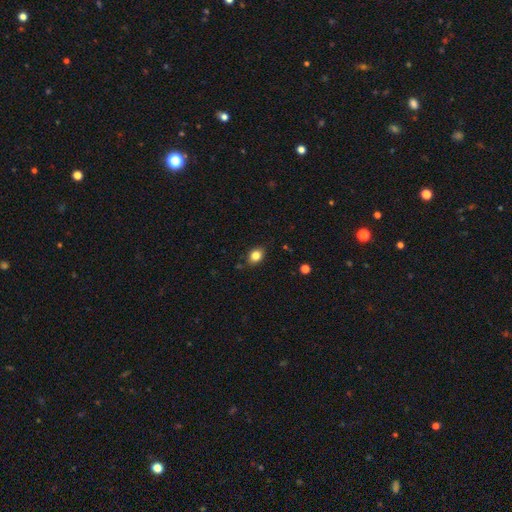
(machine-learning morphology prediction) This appears to be a smooth galaxy with no disk features (83%) that is in between round and cigar-shaped (62%). Merging: none (84%).